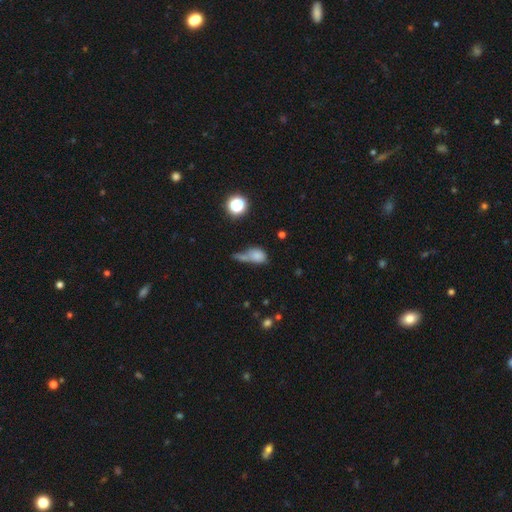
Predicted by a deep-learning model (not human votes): smooth_or_featured: smooth (p=0.74) [alt: featured or disk p=0.13]
how_rounded: in between (p=0.62) [alt: round p=0.33]
merging: merger (p=0.38) [alt: none p=0.26]